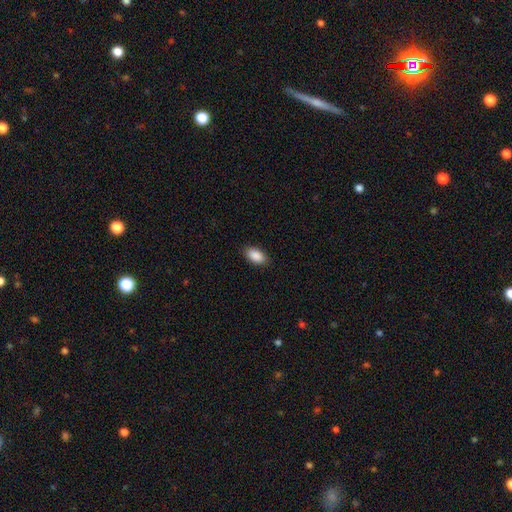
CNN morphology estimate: The model was most divided on "merging": none: 88%, minor disturbance: 9%, major disturbance: 2%, merger: 1%. More confident: how rounded — in between (94%); smooth or featured — smooth (90%).